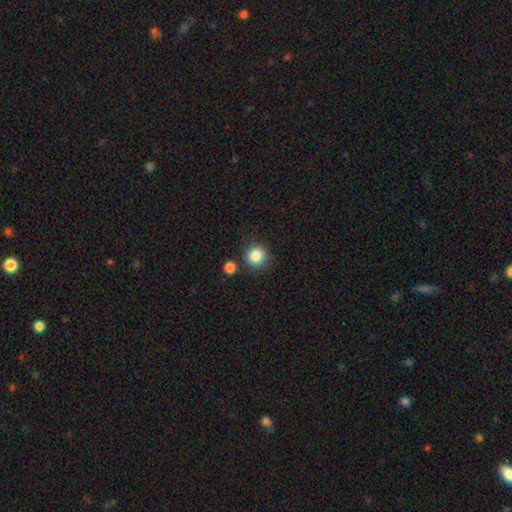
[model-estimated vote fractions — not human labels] Morphology: type=smooth (85%); roundness=round (92%); merging=none (79%).